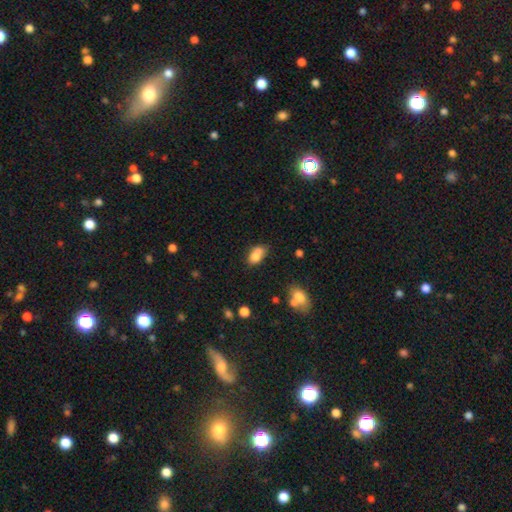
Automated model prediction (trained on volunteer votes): A smooth galaxy with no disk features (75%) that is in between round and cigar-shaped (76%).

Vote fractions:
- Smooth or featured? smooth: 75% / featured or disk: 15% / star or artifact: 10%
- How rounded? in between: 76% / round: 21% / cigar-shaped: 3%
- Merging? merger: 40% / none: 31% / minor disturbance: 20% / major disturbance: 9%